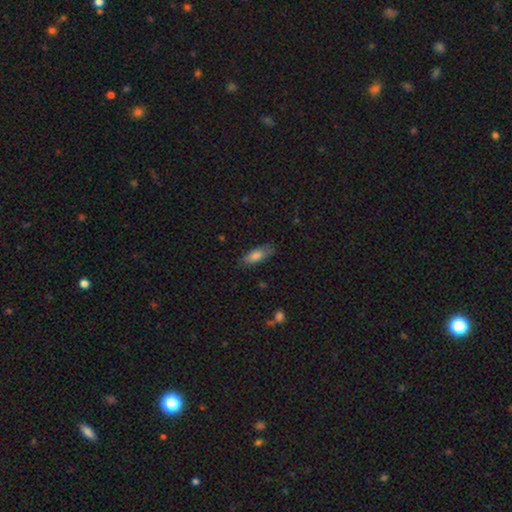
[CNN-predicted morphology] This appears to be a smooth galaxy with no disk features (79%) that is in between round and cigar-shaped (67%). Merging: none (79%).